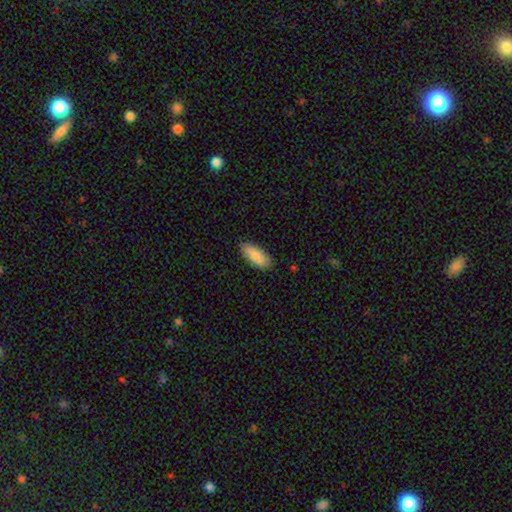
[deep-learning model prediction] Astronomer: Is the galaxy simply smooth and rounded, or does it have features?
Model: smooth — 88%.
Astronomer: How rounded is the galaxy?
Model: in between — 83%.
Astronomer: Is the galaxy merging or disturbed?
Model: none — 86%.